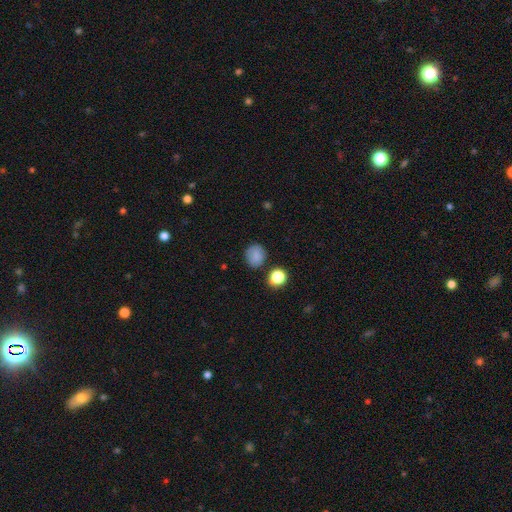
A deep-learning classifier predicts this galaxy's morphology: Smooth or featured: smooth — 84% (star or artifact — 11%)
How rounded: round — 72% (in between — 27%)
Merging: none — 81% (minor disturbance — 12%)